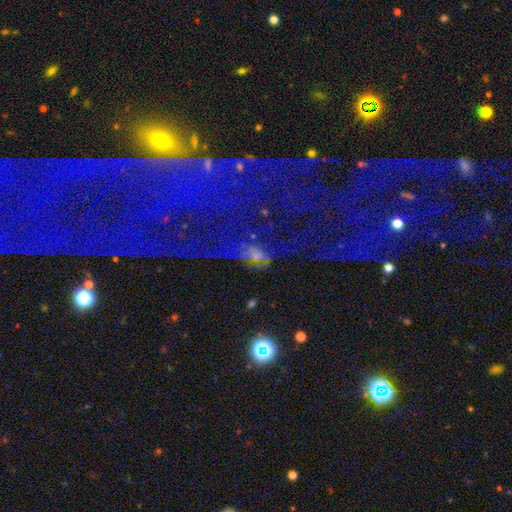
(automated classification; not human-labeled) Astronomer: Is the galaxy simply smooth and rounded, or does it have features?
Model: star or artifact — 41% (runner-up: smooth, 30%).